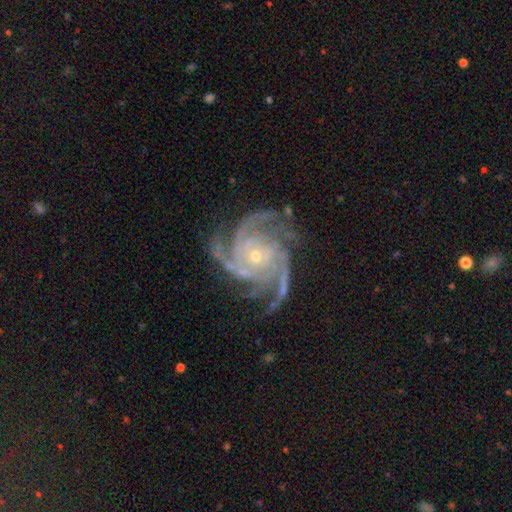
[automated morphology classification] Smooth or featured?
  - featured or disk: 93% *
  - star or artifact: 5%
  - smooth: 2%
Edge-on disk?
  - no: 98% *
  - yes: 2%
Bar?
  - no: 74% *
  - weak: 18%
  - strong: 7%
Spiral arms?
  - yes: 99% *
  - no: 1%
Spiral winding?
  - tight: 60% *
  - medium: 35%
  - loose: 4%
Spiral arm count?
  - 4: 43% *
  - 3: 25%
  - more than 4: 12%
  - can't tell: 7%
  - 2: 7%
  - 1: 6%
Bulge size?
  - small: 74% *
  - moderate: 23%
  - none: 1%
  - large: 1%
  - dominant: 1%
Merging?
  - none: 72% *
  - minor disturbance: 17%
  - major disturbance: 9%
  - merger: 2%